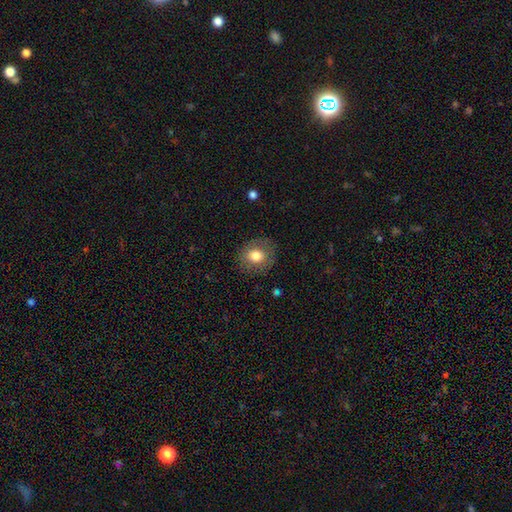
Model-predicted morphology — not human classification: A smooth galaxy with no disk features (75%) that is round (76%). Merging: none (82%).